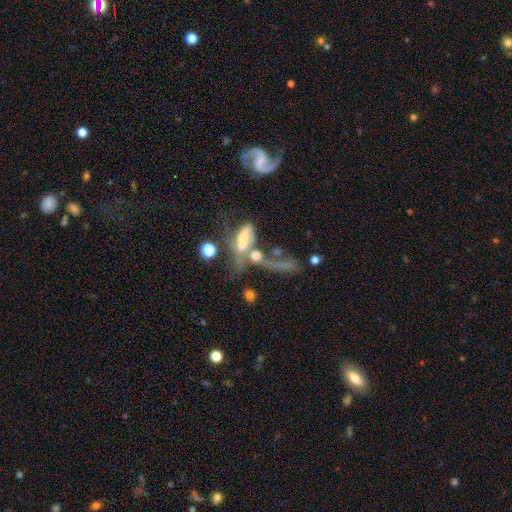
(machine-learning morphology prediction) This appears to be a featured or disk galaxy (48%). Merging: merger (55%).